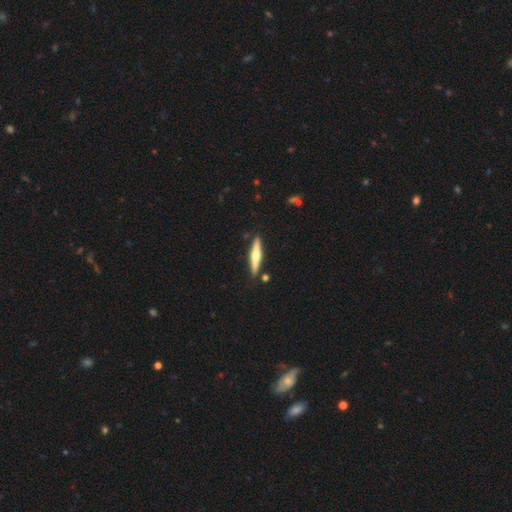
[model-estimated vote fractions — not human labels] A featured or disk galaxy (62%) viewed edge-on (96%) with a rounded central bulge (92%). Merging: none (88%).